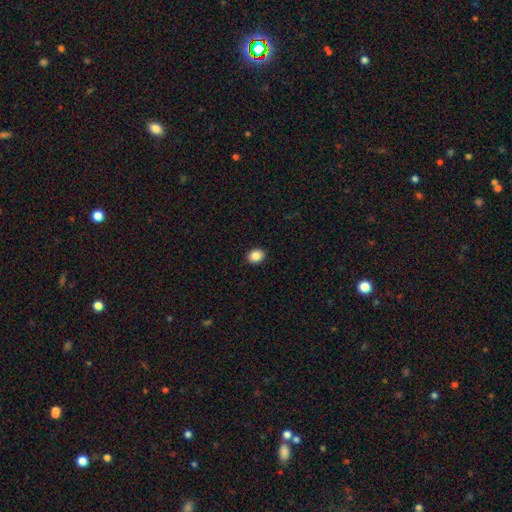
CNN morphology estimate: Smooth or featured: smooth — 87% (star or artifact — 9%)
How rounded: in between — 55% (round — 44%)
Merging: none — 91% (minor disturbance — 6%)